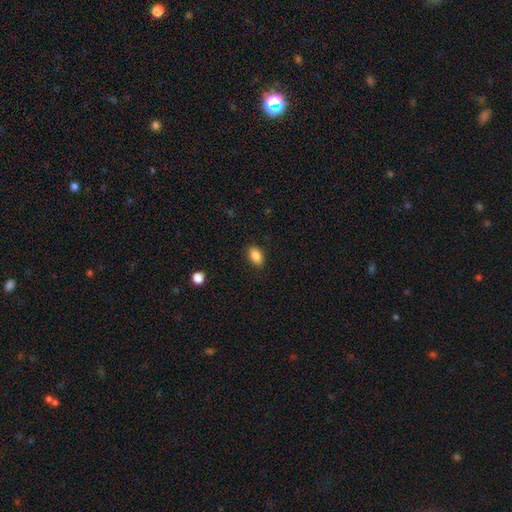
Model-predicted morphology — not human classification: type=smooth (87%); roundness=in between (86%); merging=none (88%).